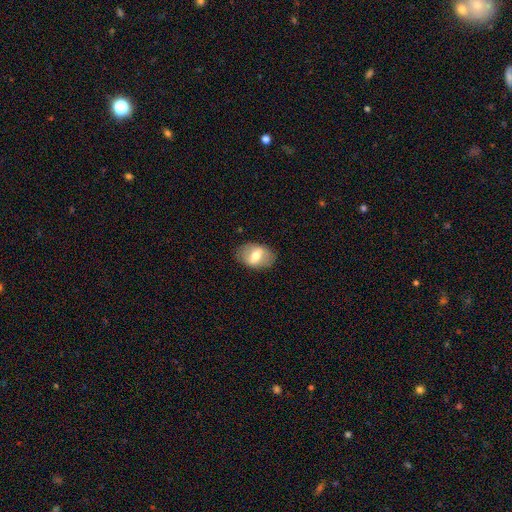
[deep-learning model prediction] smooth_or_featured: smooth (p=0.51) [alt: featured or disk p=0.41]
how_rounded: in between (p=0.83) [alt: round p=0.15]
merging: none (p=0.83) [alt: minor disturbance p=0.12]